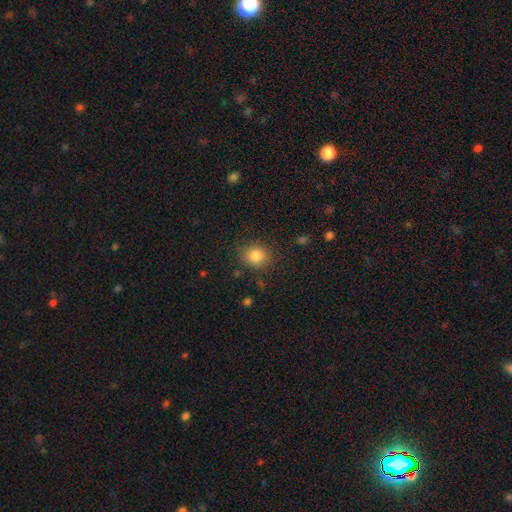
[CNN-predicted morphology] This is clearly a smooth galaxy (85%). How rounded: likely round (79%). Merging: clearly none (83%).